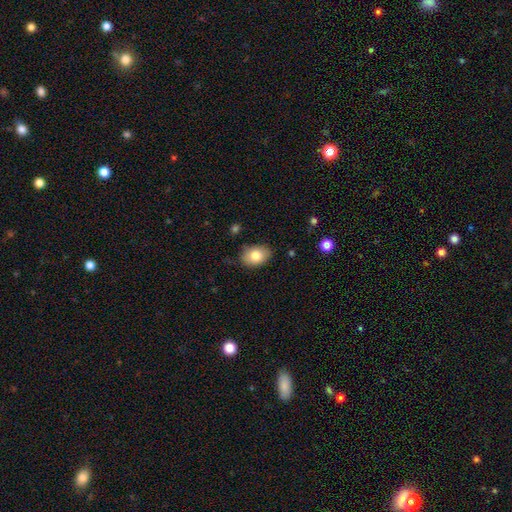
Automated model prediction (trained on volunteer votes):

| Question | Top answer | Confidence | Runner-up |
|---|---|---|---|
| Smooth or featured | smooth | 81% | featured or disk (11%) |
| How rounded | in between | 76% | round (23%) |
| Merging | none | 81% | minor disturbance (14%) |